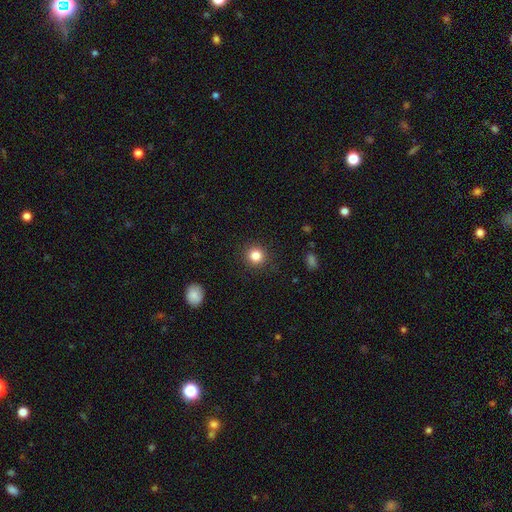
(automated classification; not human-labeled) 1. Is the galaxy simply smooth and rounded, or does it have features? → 84% smooth, 11% star or artifact, 5% featured or disk.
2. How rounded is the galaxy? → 93% round, 7% in between, 1% cigar-shaped.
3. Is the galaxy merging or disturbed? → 91% none, 6% minor disturbance, 2% major disturbance, 1% merger.